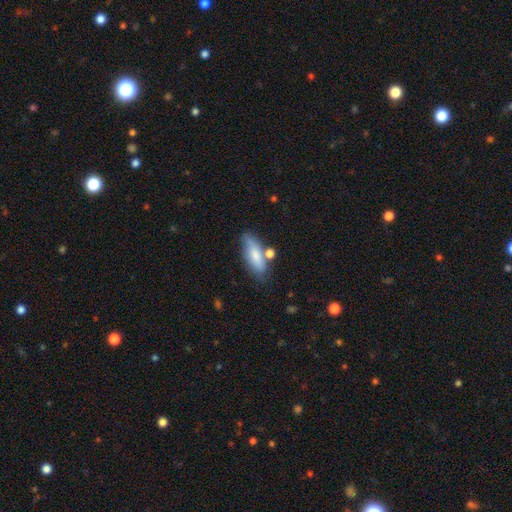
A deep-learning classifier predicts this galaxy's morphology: Smooth or featured?
  - smooth: 73% *
  - featured or disk: 20%
  - star or artifact: 7%
How rounded?
  - in between: 62% *
  - cigar-shaped: 34%
  - round: 3%
Merging?
  - none: 58% *
  - minor disturbance: 20%
  - merger: 16%
  - major disturbance: 6%